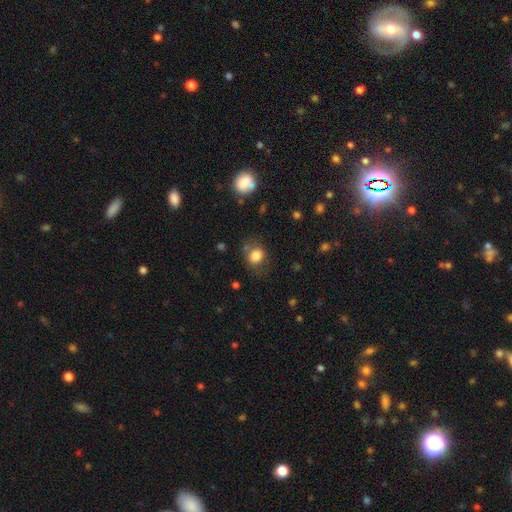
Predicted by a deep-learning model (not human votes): A smooth galaxy with no disk features (82%) that is round (62%).

Vote fractions:
- Smooth or featured? smooth: 82% / star or artifact: 11% / featured or disk: 7%
- How rounded? round: 62% / in between: 37% / cigar-shaped: 1%
- Merging? none: 67% / minor disturbance: 20% / major disturbance: 8% / merger: 5%